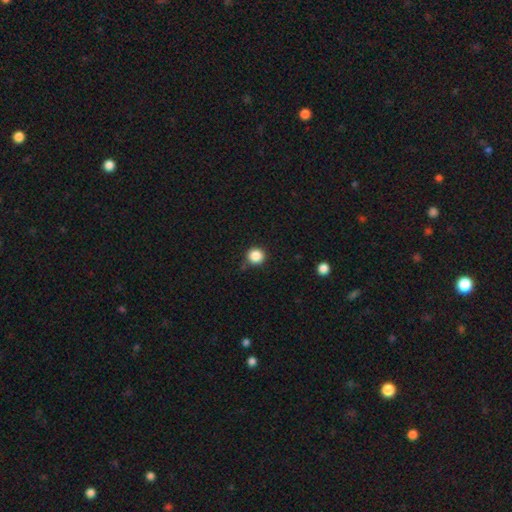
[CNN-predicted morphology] smooth 86%, star or artifact 11%, featured or disk 3%. Down the decision tree: how rounded — round (95%); merging — none (84%).